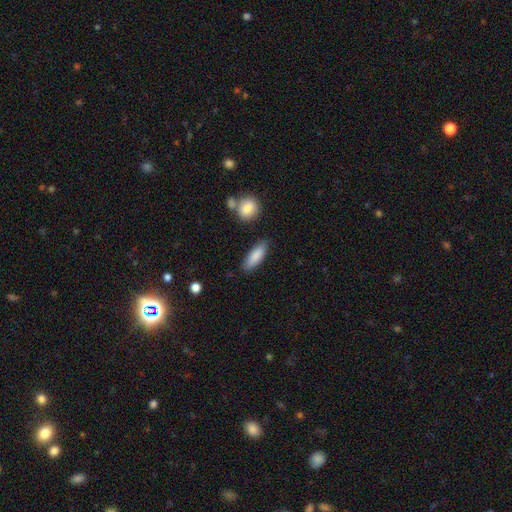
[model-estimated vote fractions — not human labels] This appears to be a smooth galaxy with no disk features (85%) that is in between round and cigar-shaped (59%). Merging: none (81%).